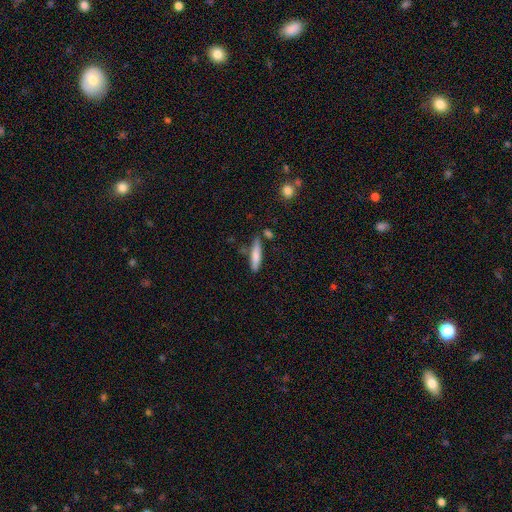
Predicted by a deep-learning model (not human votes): Q: Smooth or featured?
A: smooth (72%); runner-up: featured or disk (22%)
Q: How rounded?
A: cigar-shaped (83%); runner-up: in between (15%)
Q: Merging?
A: none (74%); runner-up: minor disturbance (16%)